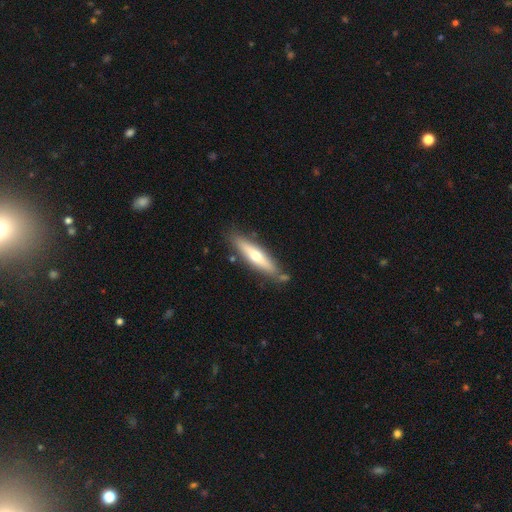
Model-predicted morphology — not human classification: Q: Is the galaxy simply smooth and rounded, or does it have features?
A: smooth — 48%.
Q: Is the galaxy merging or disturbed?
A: none — 80%.